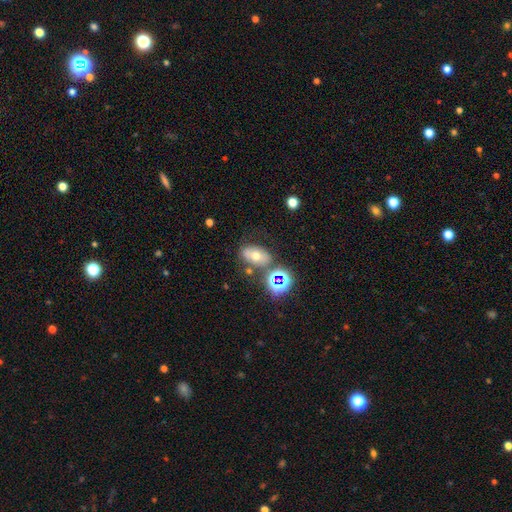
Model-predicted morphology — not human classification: Overall: smooth (55%; featured or disk 26%). How rounded: in between (81%). Merging: none (67%).